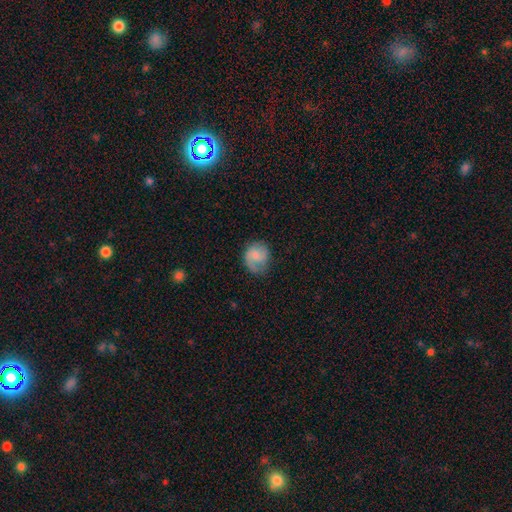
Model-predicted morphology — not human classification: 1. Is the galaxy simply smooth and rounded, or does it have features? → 59% smooth, 33% featured or disk, 7% star or artifact.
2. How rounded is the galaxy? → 69% round, 30% in between, 1% cigar-shaped.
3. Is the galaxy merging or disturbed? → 60% none, 27% minor disturbance, 12% major disturbance, 1% merger.